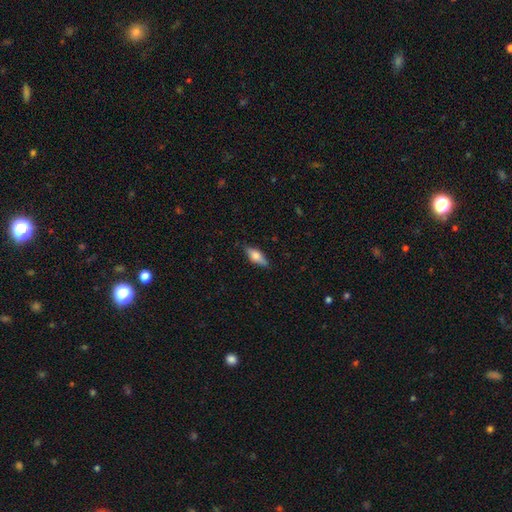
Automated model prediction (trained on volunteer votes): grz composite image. It shows a smooth galaxy with no disk features (57%) that is in between round and cigar-shaped (61%). Merging: none (83%).